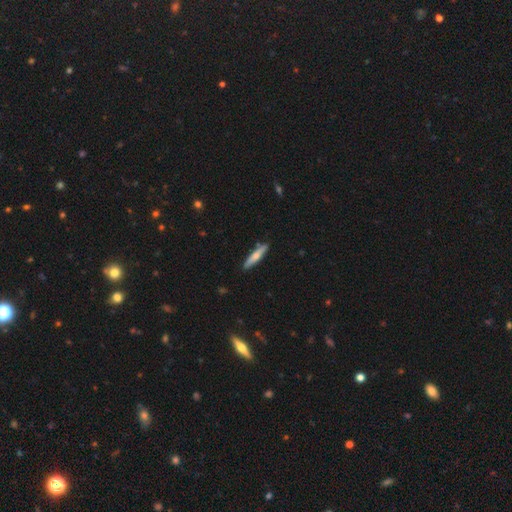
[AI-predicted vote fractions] Smooth or featured? Predicted: smooth (p=0.60). How rounded? Predicted: cigar-shaped (p=0.87). Merging? Predicted: none (p=0.86).